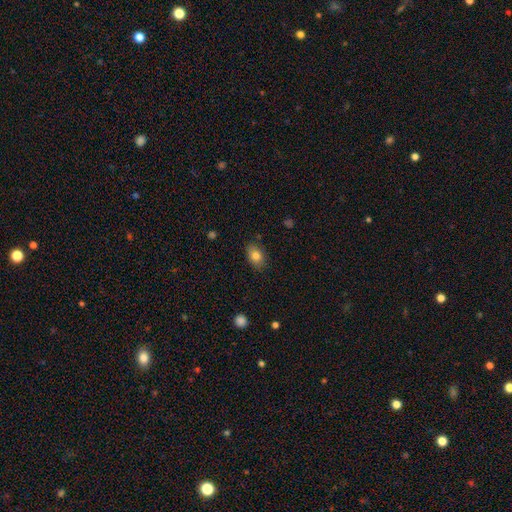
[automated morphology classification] Smooth or featured?
  - smooth: 80% *
  - featured or disk: 11%
  - star or artifact: 9%
How rounded?
  - in between: 82% *
  - round: 17%
  - cigar-shaped: 1%
Merging?
  - none: 84% *
  - minor disturbance: 13%
  - major disturbance: 3%
  - merger: 1%